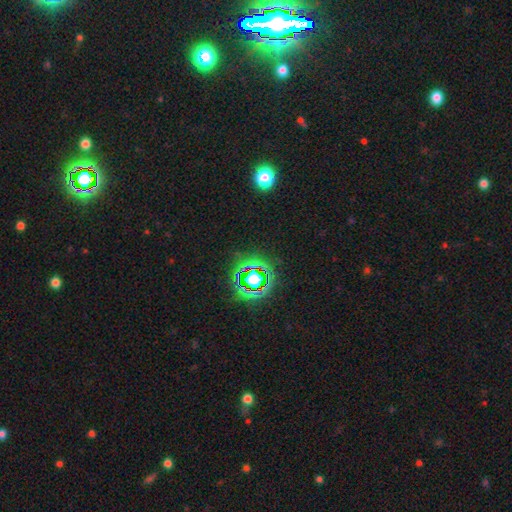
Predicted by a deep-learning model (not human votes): The model was most divided on "smooth or featured": star or artifact: 80%, smooth: 12%, featured or disk: 7%.